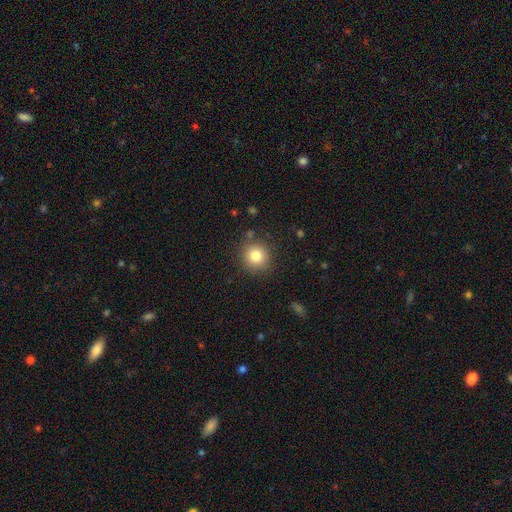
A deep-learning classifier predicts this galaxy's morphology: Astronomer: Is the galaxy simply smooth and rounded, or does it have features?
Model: smooth — 81%.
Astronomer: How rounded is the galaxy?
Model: round — 92%.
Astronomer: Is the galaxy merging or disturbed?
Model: none — 88%.